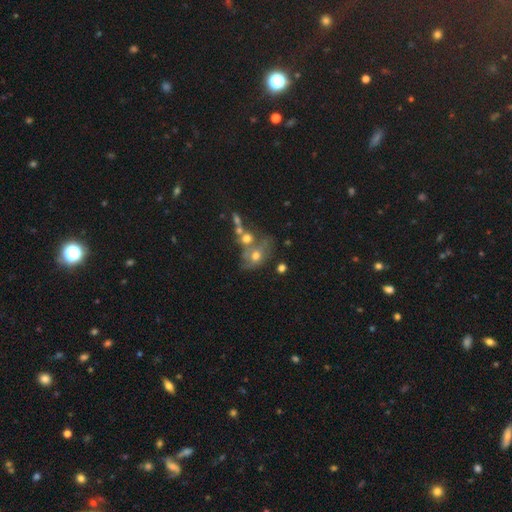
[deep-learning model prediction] smooth_or_featured: smooth (p=0.50) [alt: featured or disk p=0.36]
how_rounded: in between (p=0.60) [alt: round p=0.38]
merging: merger (p=0.46) [alt: none p=0.27]